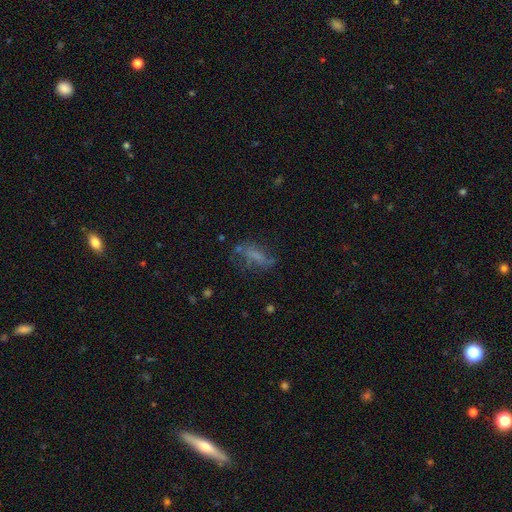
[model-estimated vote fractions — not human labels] Morphology: type=smooth (51%); roundness=in between (62%); merging=none (46%).